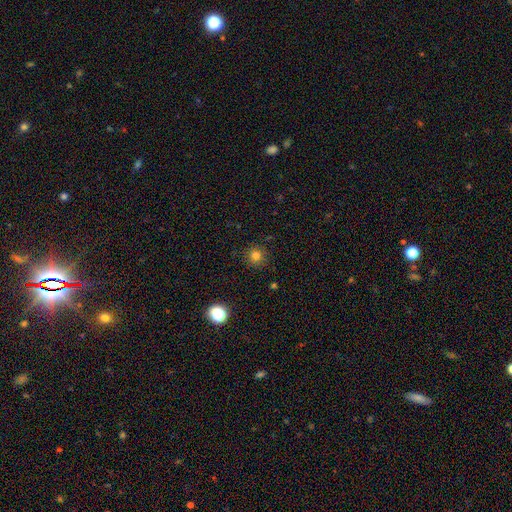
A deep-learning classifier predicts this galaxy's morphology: This appears to be a smooth galaxy with no disk features (79%) that is round (94%). Merging: none (89%).